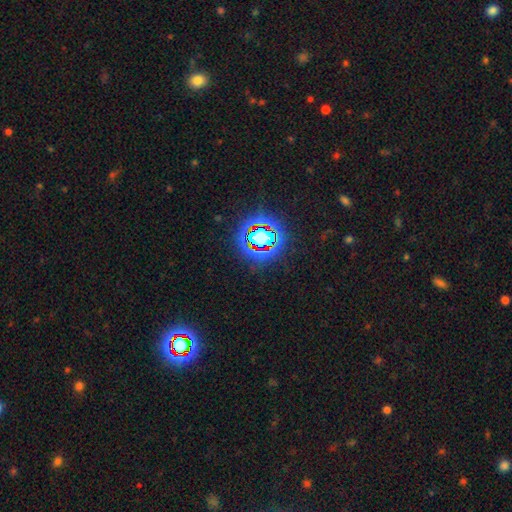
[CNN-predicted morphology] This is clearly a star or artifact rather than a galaxy (80%).